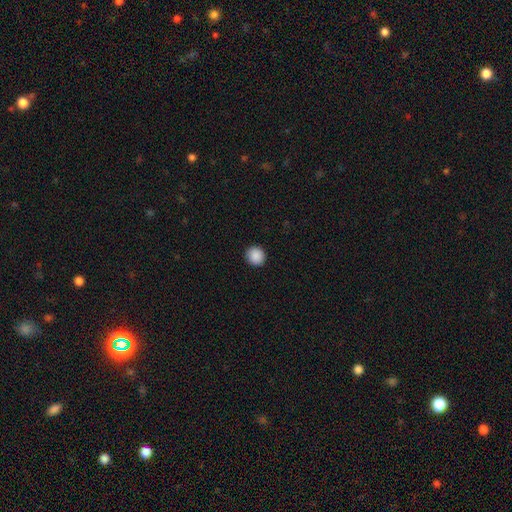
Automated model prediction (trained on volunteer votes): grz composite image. It shows a smooth galaxy with no disk features (89%) that is round (92%). Merging: none (93%).